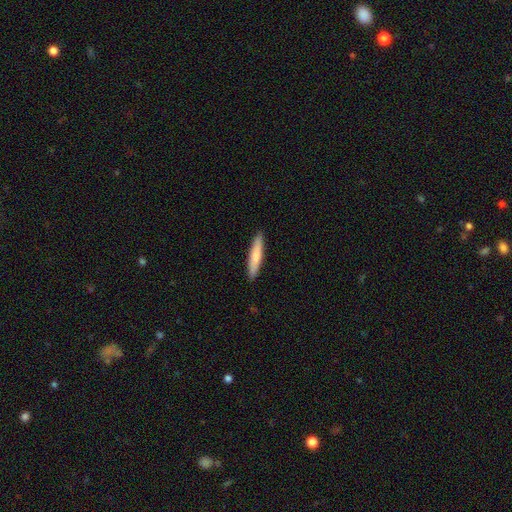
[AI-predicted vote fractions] Smooth or featured? Predicted: smooth (p=0.76). How rounded? Predicted: cigar-shaped (p=0.89). Merging? Predicted: none (p=0.91).